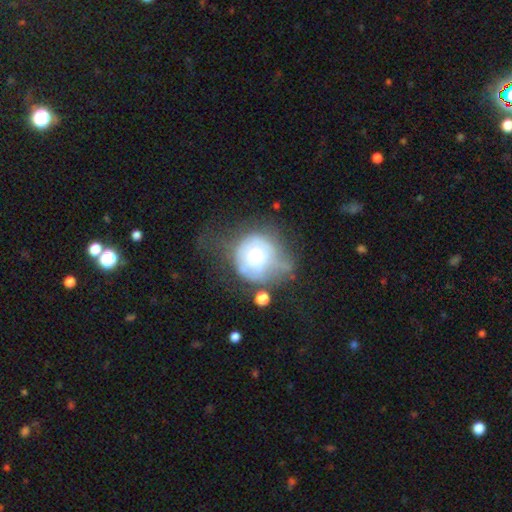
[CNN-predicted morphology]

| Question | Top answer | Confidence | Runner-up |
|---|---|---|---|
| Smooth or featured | smooth | 51% | featured or disk (40%) |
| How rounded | round | 81% | in between (18%) |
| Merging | major disturbance | 40% | minor disturbance (26%) |